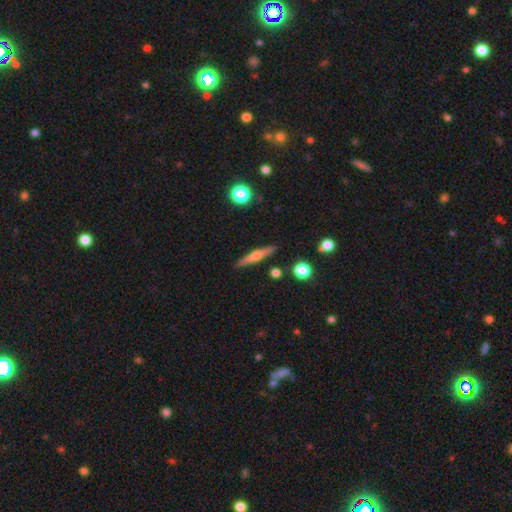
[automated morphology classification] featured or disk 48%, smooth 45%, star or artifact 7%. Down the decision tree: merging — none (89%).